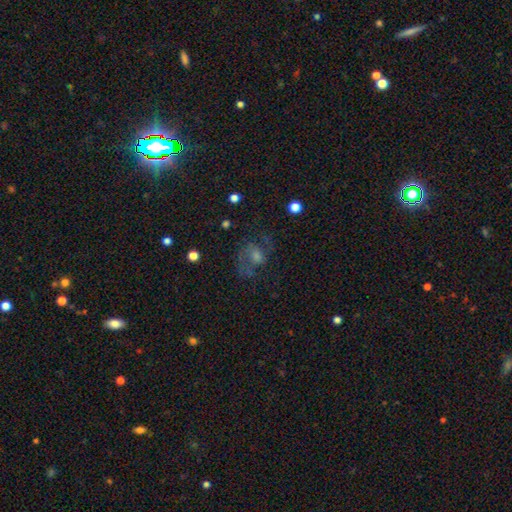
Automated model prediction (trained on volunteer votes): Smooth or featured? Predicted: featured or disk (p=0.54). Edge-on disk? Predicted: no (p=0.96). Bar? Predicted: no (p=0.53). Spiral arms? Predicted: yes (p=0.77). Bulge size? Predicted: moderate (p=0.40). Merging? Predicted: none (p=0.56).